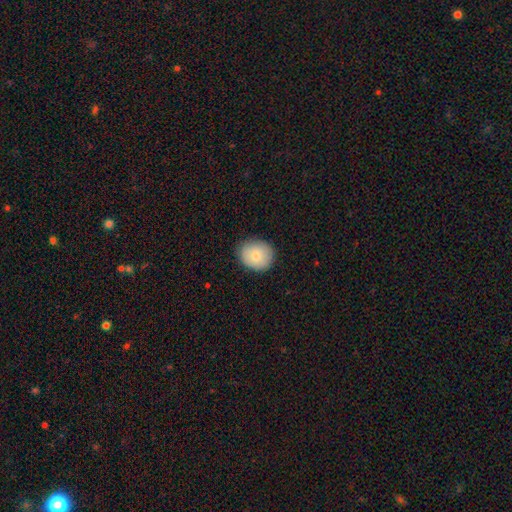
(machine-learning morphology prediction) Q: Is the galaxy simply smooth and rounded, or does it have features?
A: smooth — 81%.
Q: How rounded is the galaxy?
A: round — 62%.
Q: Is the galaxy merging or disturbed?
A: none — 85%.